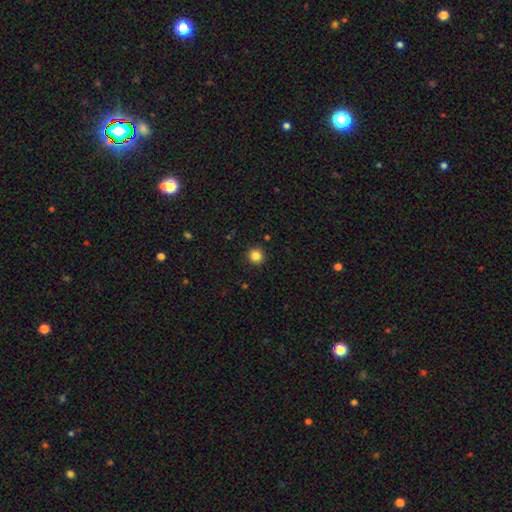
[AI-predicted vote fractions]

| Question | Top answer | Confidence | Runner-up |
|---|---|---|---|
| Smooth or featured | smooth | 84% | star or artifact (12%) |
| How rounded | round | 95% | in between (4%) |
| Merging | none | 92% | minor disturbance (5%) |